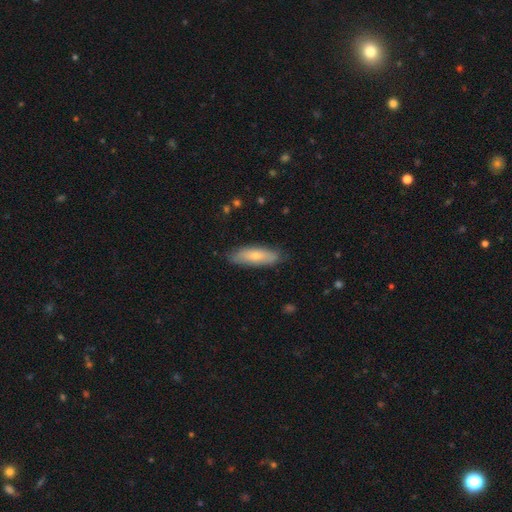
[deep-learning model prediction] This is likely a smooth galaxy (68%). How rounded: possibly in between (53%). Merging: clearly none (82%).